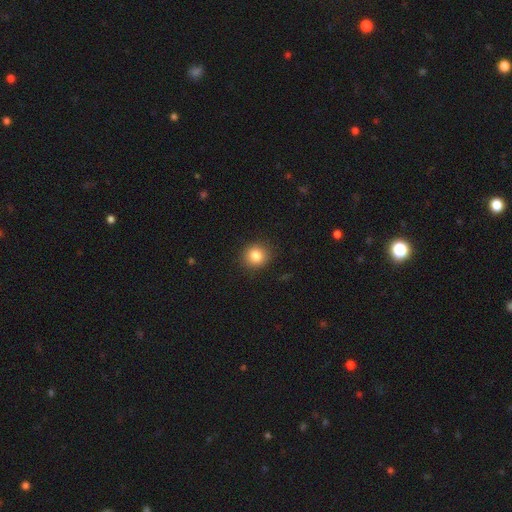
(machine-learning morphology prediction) The model was most divided on "how rounded": round: 83%, in between: 16%, cigar-shaped: 1%. More confident: merging — none (90%); smooth or featured — smooth (84%).